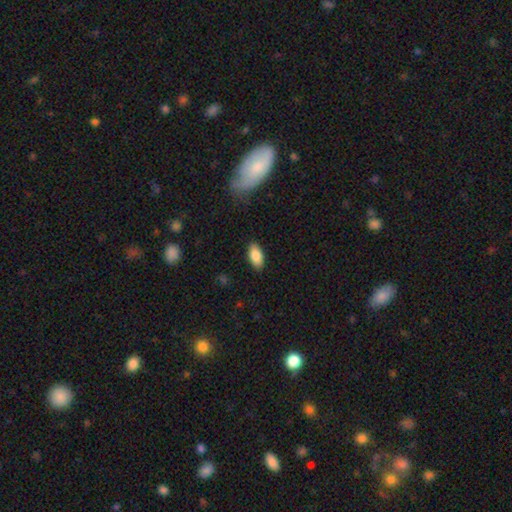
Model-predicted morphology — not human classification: smooth-or-featured: smooth: 86% | featured or disk: 8% | star or artifact: 7%
  how-rounded: in between: 92% | cigar-shaped: 6% | round: 2%
  merging: none: 88% | minor disturbance: 9% | major disturbance: 2% | merger: 1%